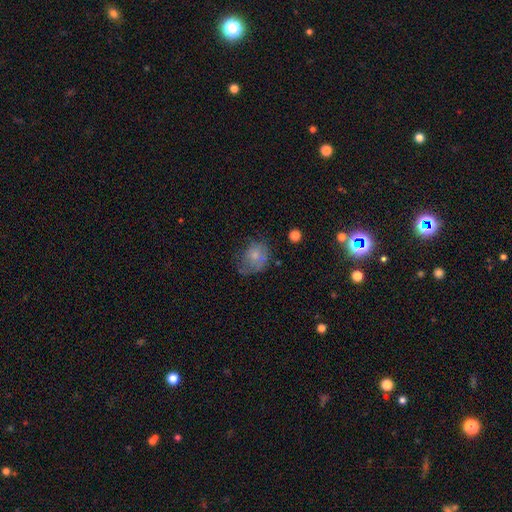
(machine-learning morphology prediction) Q: Smooth or featured?
A: smooth (67%); runner-up: featured or disk (23%)
Q: How rounded?
A: round (51%); runner-up: in between (48%)
Q: Merging?
A: none (39%); runner-up: minor disturbance (31%)